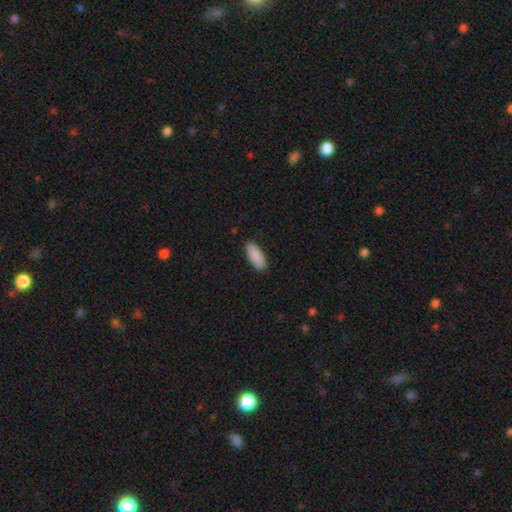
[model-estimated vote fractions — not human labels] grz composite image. It shows a smooth galaxy with no disk features (90%) that is in between round and cigar-shaped (83%). Merging: none (88%).